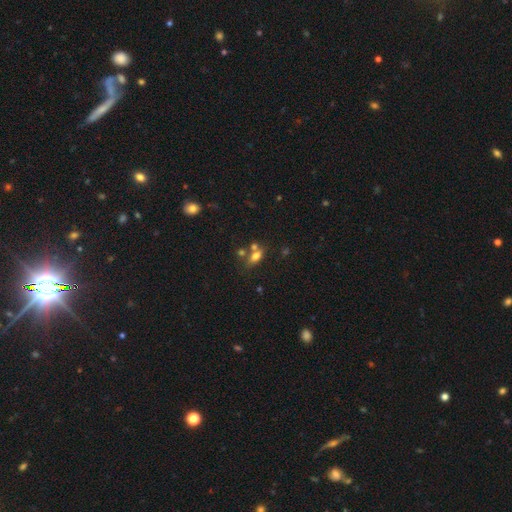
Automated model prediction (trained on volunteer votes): Morphology: type=smooth (71%); roundness=in between (80%); merging=none (48%).